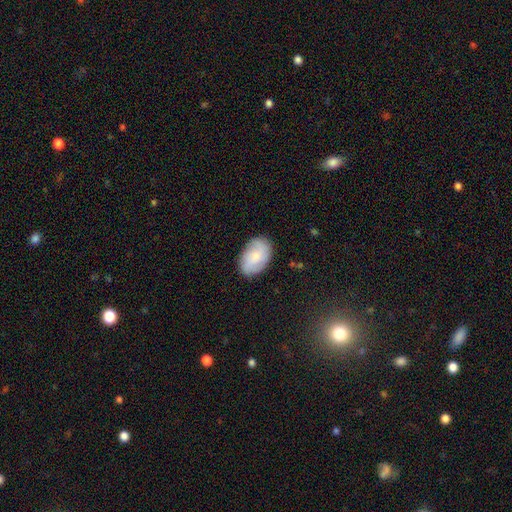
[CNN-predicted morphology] The model was most divided on "smooth or featured": smooth: 61%, featured or disk: 32%, star or artifact: 7%. More confident: how rounded — in between (89%); merging — none (81%).